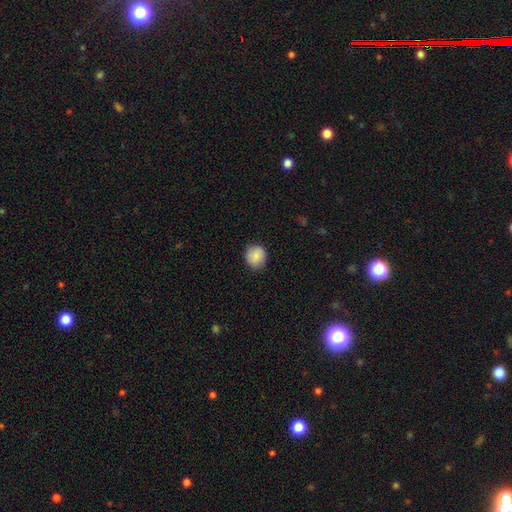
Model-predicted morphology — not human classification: A smooth galaxy with no disk features (86%) that is round (84%).

Vote fractions:
- Smooth or featured? smooth: 86% / star or artifact: 7% / featured or disk: 6%
- How rounded? round: 84% / in between: 15% / cigar-shaped: 1%
- Merging? none: 87% / minor disturbance: 10% / major disturbance: 2% / merger: 1%